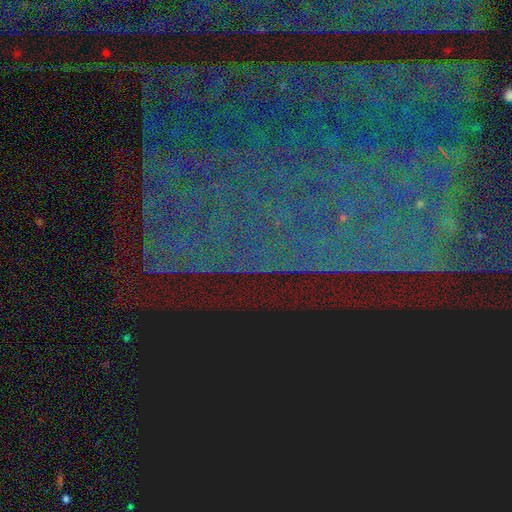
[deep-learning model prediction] Smooth or featured? star or artifact (87%)